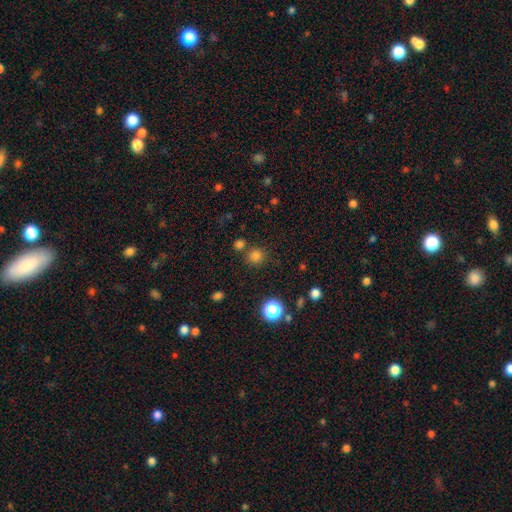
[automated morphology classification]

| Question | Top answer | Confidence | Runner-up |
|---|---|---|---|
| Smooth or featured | smooth | 78% | star or artifact (18%) |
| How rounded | round | 91% | in between (8%) |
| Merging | none | 77% | merger (11%) |